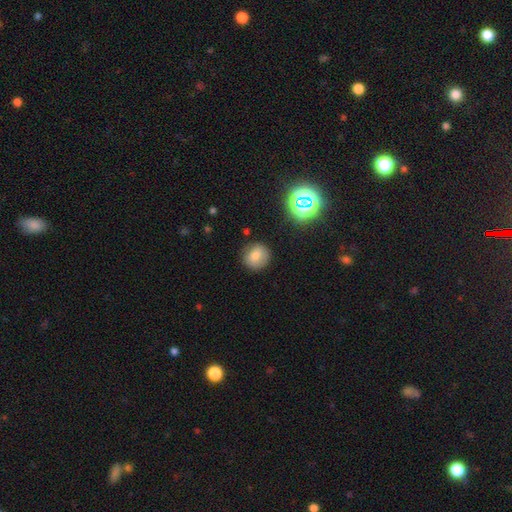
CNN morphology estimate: smooth 76%, star or artifact 14%, featured or disk 10%. Down the decision tree: how rounded — round (82%); merging — none (83%).